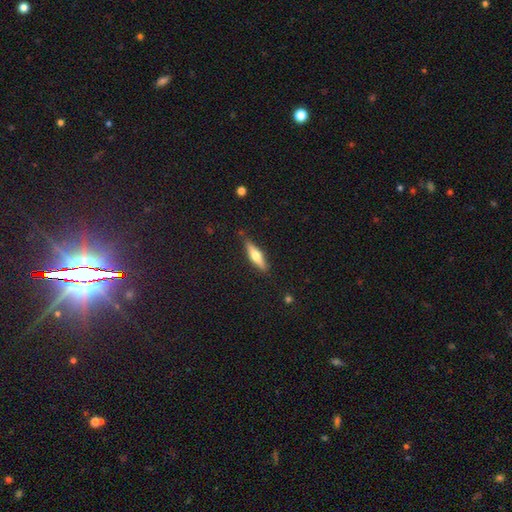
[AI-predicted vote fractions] A smooth galaxy with no disk features (49%). Merging: none (85%).